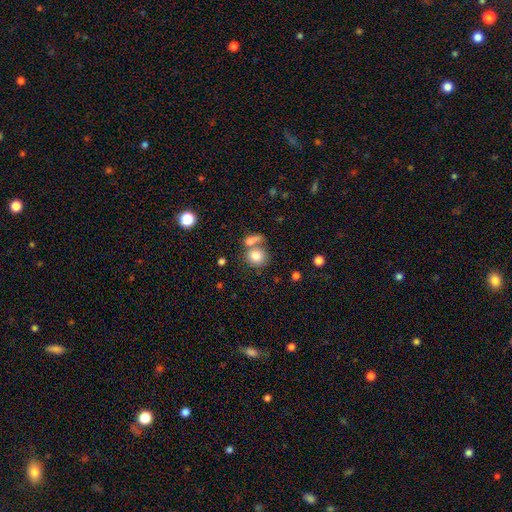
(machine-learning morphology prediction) Smooth or featured? Predicted: smooth (p=0.80). How rounded? Predicted: round (p=0.77). Merging? Predicted: none (p=0.48).